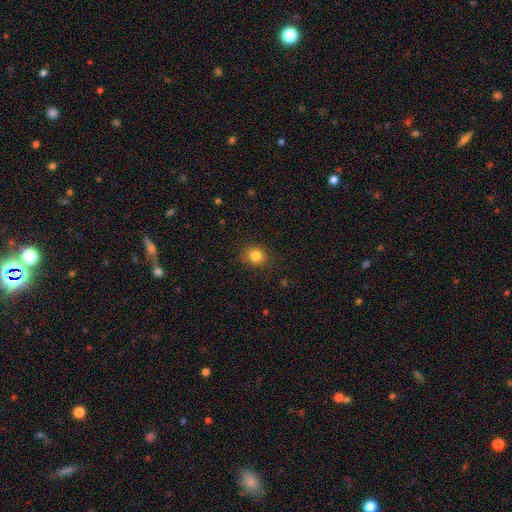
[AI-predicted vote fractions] A smooth galaxy with no disk features (83%) that is round (77%). Merging: none (86%).